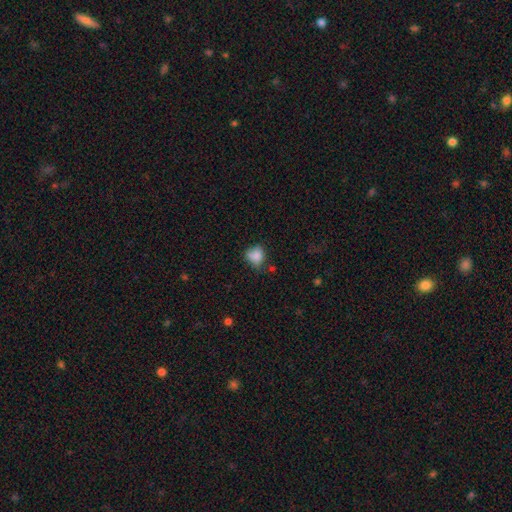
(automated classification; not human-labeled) Smooth or featured: smooth — 80% (star or artifact — 10%)
How rounded: round — 60% (in between — 39%)
Merging: none — 48% (minor disturbance — 33%)